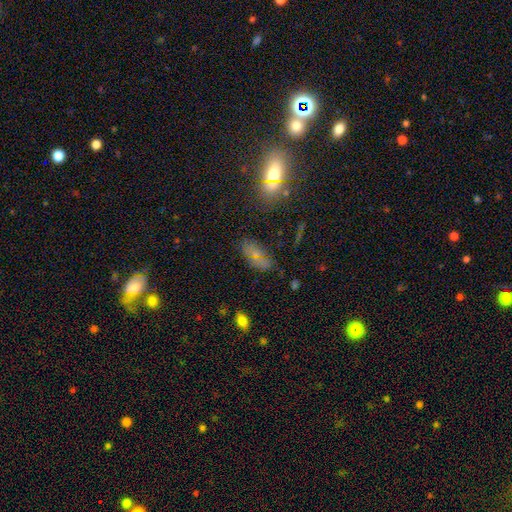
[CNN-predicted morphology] Smooth or featured?
  - smooth: 54% *
  - star or artifact: 25%
  - featured or disk: 21%
How rounded?
  - in between: 82% *
  - cigar-shaped: 10%
  - round: 7%
Merging?
  - none: 68% *
  - minor disturbance: 19%
  - major disturbance: 7%
  - merger: 5%